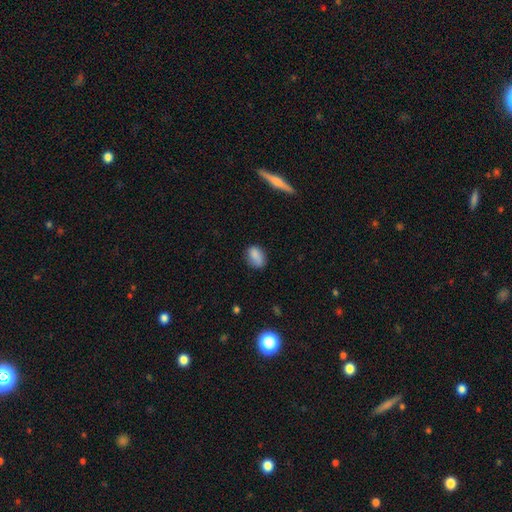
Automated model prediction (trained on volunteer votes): A smooth galaxy with no disk features (84%) that is in between round and cigar-shaped (81%).

Vote fractions:
- Smooth or featured? smooth: 84% / star or artifact: 9% / featured or disk: 7%
- How rounded? in between: 81% / round: 16% / cigar-shaped: 2%
- Merging? none: 69% / minor disturbance: 24% / major disturbance: 5% / merger: 2%